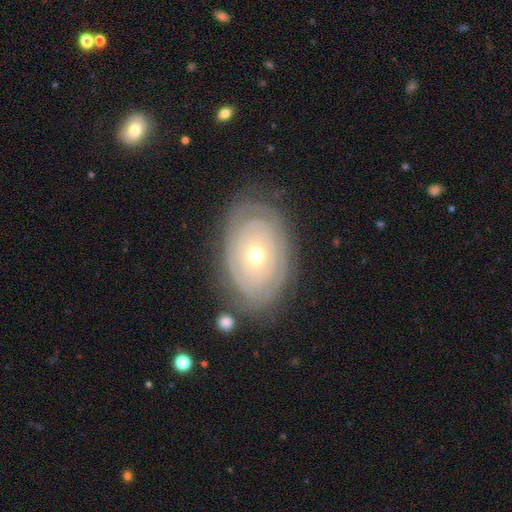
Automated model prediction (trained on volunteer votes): Smooth or featured? Predicted: featured or disk (p=0.81). Edge-on disk? Predicted: no (p=0.95). Bar? Predicted: no (p=0.88). Spiral arms? Predicted: yes (p=0.81). Spiral winding? Predicted: tight (p=0.88). Spiral arm count? Predicted: can't tell (p=0.49). Bulge size? Predicted: small (p=0.49). Merging? Predicted: none (p=0.80).